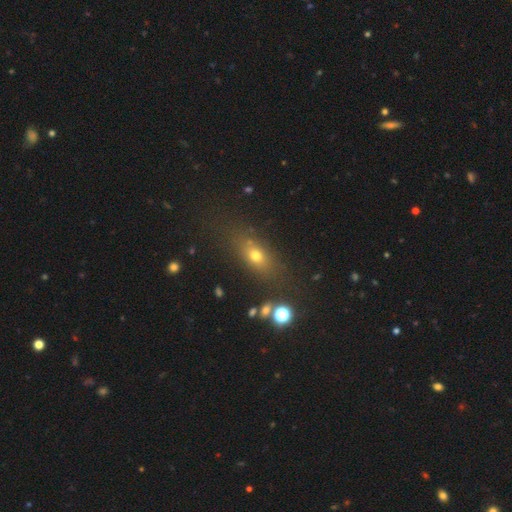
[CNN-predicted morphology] type=smooth (63%); roundness=in between (58%); merging=none (75%).